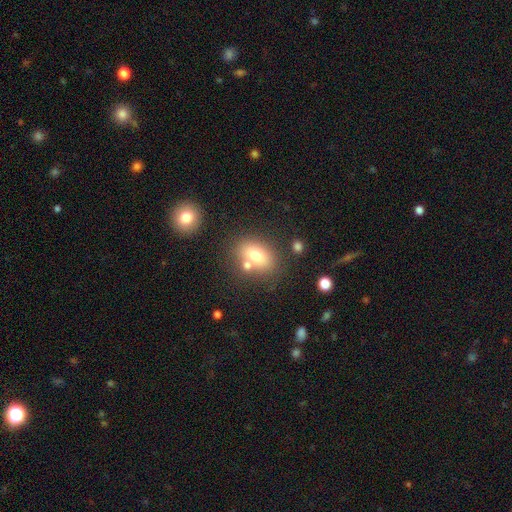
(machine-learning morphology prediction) smooth_or_featured: smooth (p=0.74) [alt: featured or disk p=0.16]
how_rounded: in between (p=0.76) [alt: round p=0.23]
merging: none (p=0.61) [alt: merger p=0.21]